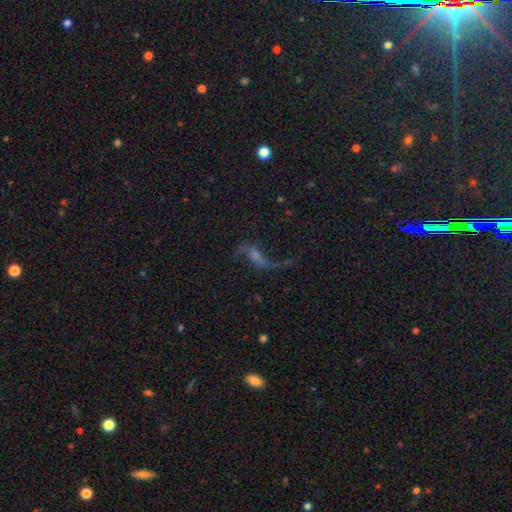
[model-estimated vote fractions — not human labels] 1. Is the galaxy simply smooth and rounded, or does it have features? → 76% featured or disk, 13% star or artifact, 11% smooth.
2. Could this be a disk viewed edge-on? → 91% no, 9% yes.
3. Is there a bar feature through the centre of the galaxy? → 40% weak (tied), 40% no (tied), 20% strong.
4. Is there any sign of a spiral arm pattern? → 93% yes, 7% no.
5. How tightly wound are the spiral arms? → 92% loose, 6% medium, 2% tight.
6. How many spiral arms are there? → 90% 2, 6% 1, 2% can't tell, 1% 3, 1% 4, 1% more than 4.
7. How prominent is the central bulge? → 38% small, 30% none, 24% moderate, 6% large, 2% dominant.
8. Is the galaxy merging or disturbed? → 62% none, 19% major disturbance, 15% minor disturbance, 4% merger.